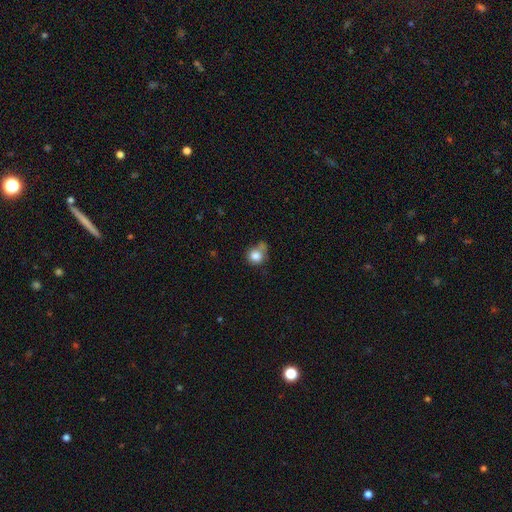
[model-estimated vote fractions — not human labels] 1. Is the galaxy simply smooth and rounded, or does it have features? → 82% smooth, 10% star or artifact, 8% featured or disk.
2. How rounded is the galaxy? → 82% round, 17% in between, 1% cigar-shaped.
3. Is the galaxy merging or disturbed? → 47% none, 25% minor disturbance, 19% merger, 9% major disturbance.